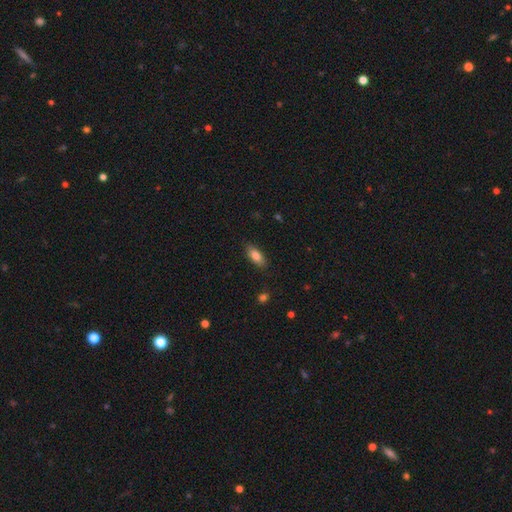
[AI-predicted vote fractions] This appears to be a smooth galaxy with no disk features (84%) that is in between round and cigar-shaped (81%). Merging: none (85%).